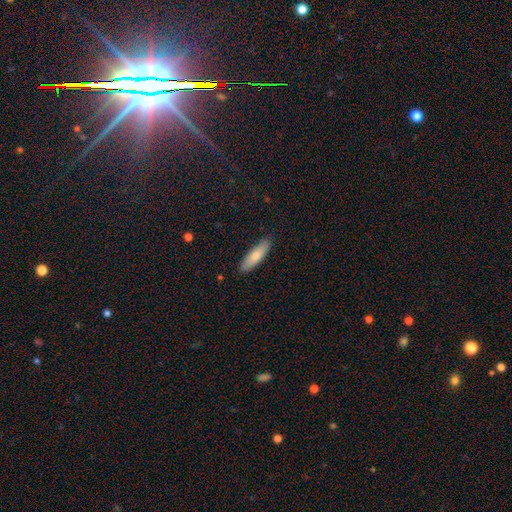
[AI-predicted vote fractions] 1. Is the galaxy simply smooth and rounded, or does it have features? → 78% smooth, 16% featured or disk, 6% star or artifact.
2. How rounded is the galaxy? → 59% cigar-shaped, 40% in between, 2% round.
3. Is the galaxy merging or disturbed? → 87% none, 10% minor disturbance, 2% major disturbance, 1% merger.